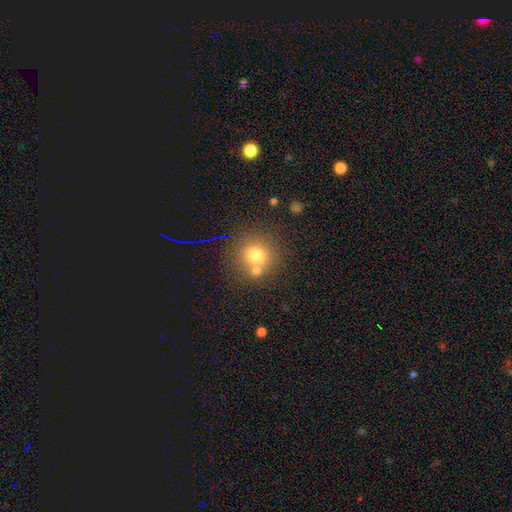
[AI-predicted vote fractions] A smooth galaxy with no disk features (71%) that is round (91%). Merging: none (66%).